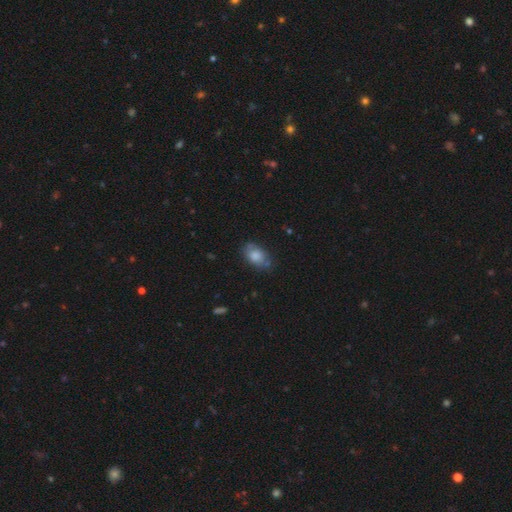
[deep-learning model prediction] smooth-or-featured: smooth: 77% | featured or disk: 15% | star or artifact: 8%
  how-rounded: in between: 86% | round: 12% | cigar-shaped: 2%
  merging: none: 67% | minor disturbance: 24% | major disturbance: 6% | merger: 4%